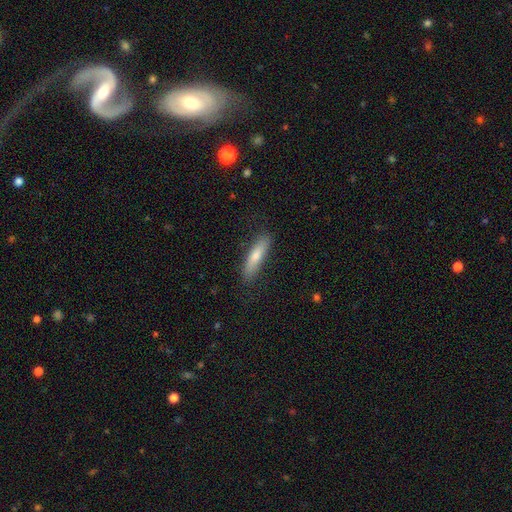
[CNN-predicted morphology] This appears to be a smooth galaxy with no disk features (69%) that is cigar-shaped (78%). Merging: none (84%).